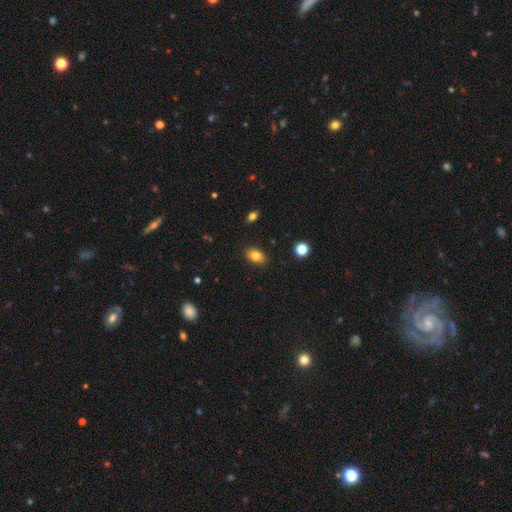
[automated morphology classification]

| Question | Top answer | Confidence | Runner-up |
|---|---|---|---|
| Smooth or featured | smooth | 82% | star or artifact (10%) |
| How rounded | in between | 84% | round (15%) |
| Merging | none | 87% | minor disturbance (9%) |